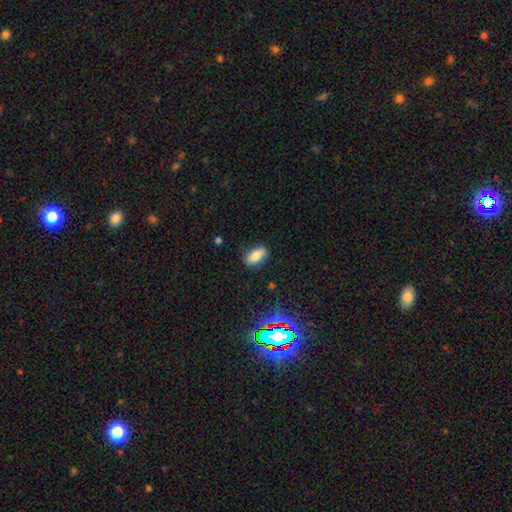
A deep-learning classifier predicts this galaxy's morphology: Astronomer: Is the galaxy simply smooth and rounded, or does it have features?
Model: smooth — 77%.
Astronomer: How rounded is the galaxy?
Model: in between — 86%.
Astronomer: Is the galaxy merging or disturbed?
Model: none — 83%.